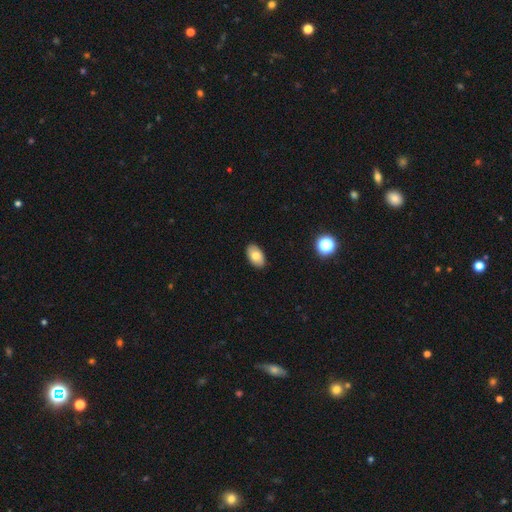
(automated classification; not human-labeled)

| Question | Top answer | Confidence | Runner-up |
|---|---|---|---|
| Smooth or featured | smooth | 78% | featured or disk (14%) |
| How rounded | in between | 93% | round (6%) |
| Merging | none | 89% | minor disturbance (8%) |